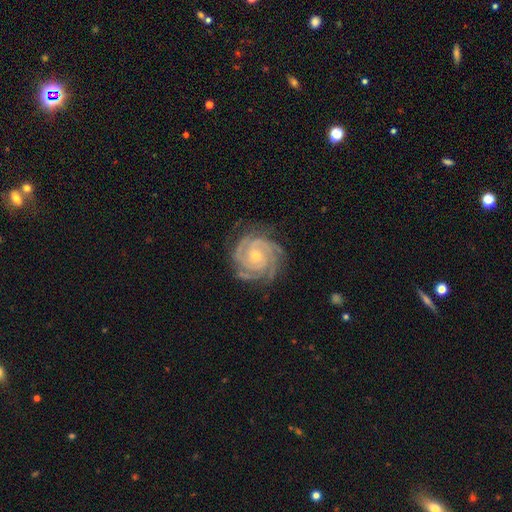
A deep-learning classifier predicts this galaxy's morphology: Smooth or featured: featured or disk — 92% (star or artifact — 4%)
Edge-on disk: no — 98% (yes — 2%)
Bar: no — 73% (weak — 19%)
Spiral arms: yes — 99% (no — 1%)
Spiral winding: tight — 83% (medium — 16%)
Spiral arm count: 3 — 40% (4 — 23%)
Bulge size: small — 58% (moderate — 39%)
Merging: none — 80% (minor disturbance — 15%)